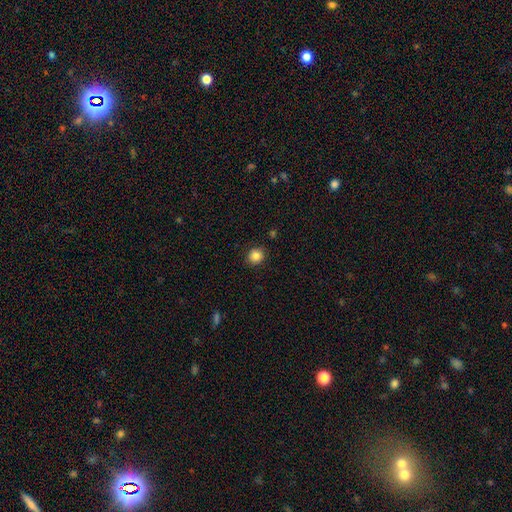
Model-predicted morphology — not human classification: Smooth or featured? Predicted: smooth (p=0.85). How rounded? Predicted: round (p=0.87). Merging? Predicted: none (p=0.90).